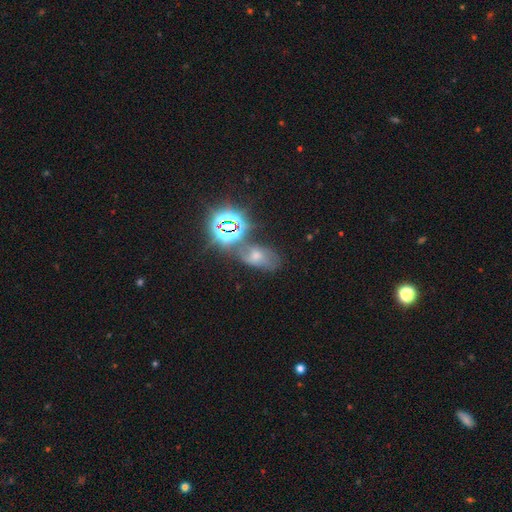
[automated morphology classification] The model was most divided on "smooth or featured": star or artifact: 53%, featured or disk: 24%, smooth: 23%.